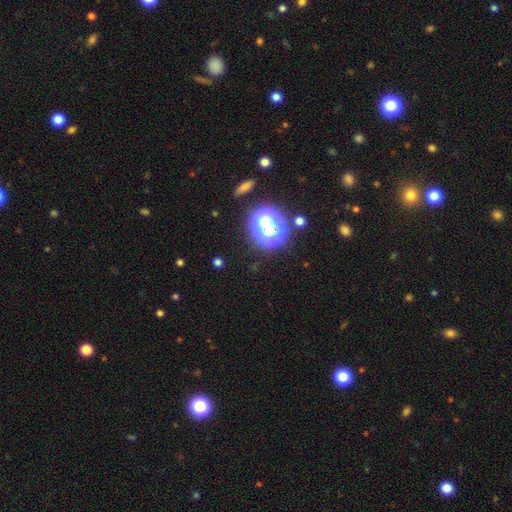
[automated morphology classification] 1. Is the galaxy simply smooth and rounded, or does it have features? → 79% star or artifact, 14% smooth, 7% featured or disk.